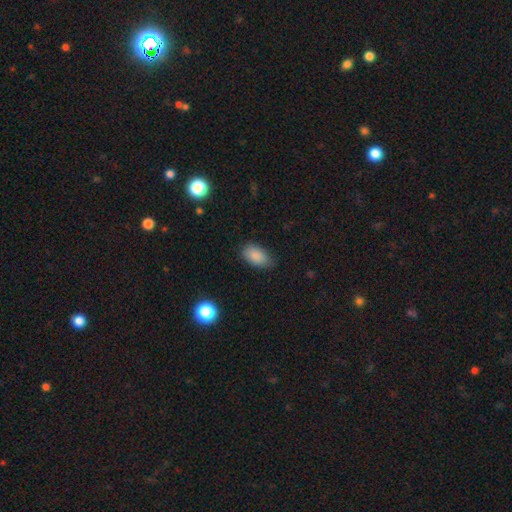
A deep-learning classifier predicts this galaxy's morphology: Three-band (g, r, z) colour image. It shows a smooth galaxy with no disk features (87%) that is in between round and cigar-shaped (91%). Merging: none (73%).